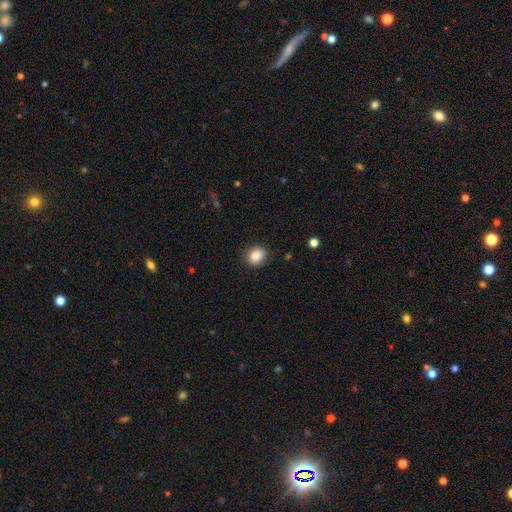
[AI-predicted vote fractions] A smooth galaxy with no disk features (86%) that is round (59%).

Vote fractions:
- Smooth or featured? smooth: 86% / star or artifact: 9% / featured or disk: 5%
- How rounded? round: 59% / in between: 40% / cigar-shaped: 1%
- Merging? none: 87% / minor disturbance: 10% / major disturbance: 3% / merger: 1%